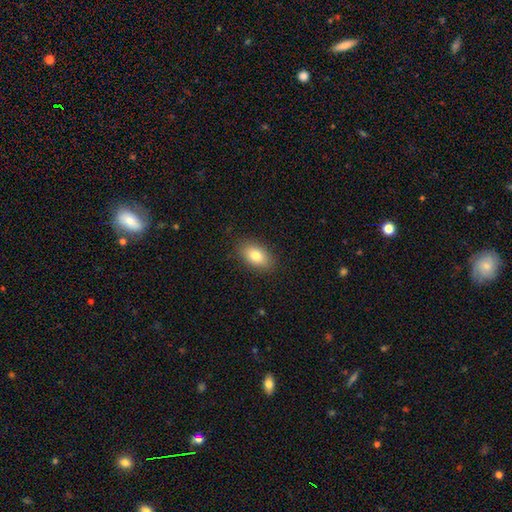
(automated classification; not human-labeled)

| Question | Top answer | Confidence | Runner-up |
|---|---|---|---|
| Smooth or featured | smooth | 81% | featured or disk (11%) |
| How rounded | in between | 90% | round (8%) |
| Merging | none | 88% | minor disturbance (9%) |